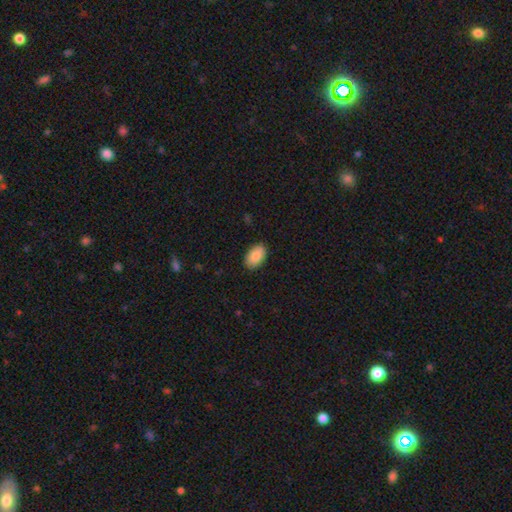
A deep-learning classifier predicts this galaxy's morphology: Smooth or featured: smooth — 88% (star or artifact — 6%)
How rounded: in between — 94% (round — 5%)
Merging: none — 88% (minor disturbance — 9%)